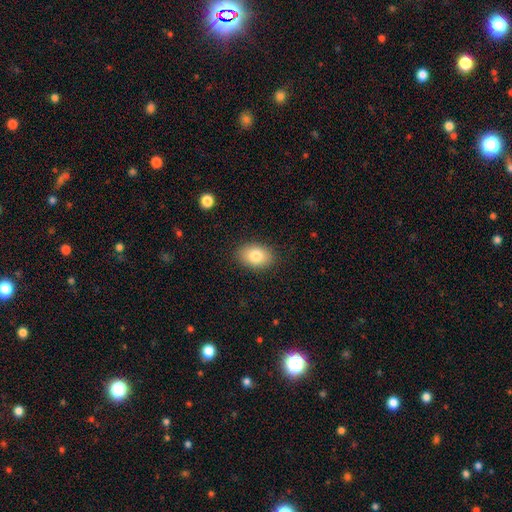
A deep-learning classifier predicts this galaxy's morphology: The model was most divided on "how rounded": in between: 83%, round: 16%, cigar-shaped: 1%. More confident: merging — none (88%); smooth or featured — smooth (83%).